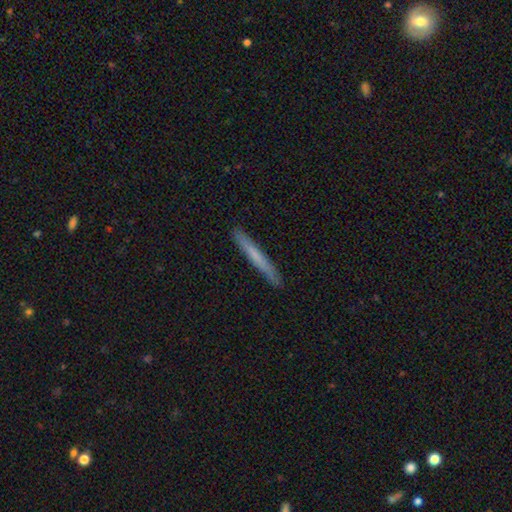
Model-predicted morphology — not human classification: The model was most divided on "smooth or featured": smooth: 61%, featured or disk: 33%, star or artifact: 6%. More confident: how rounded — cigar-shaped (97%); merging — none (92%).